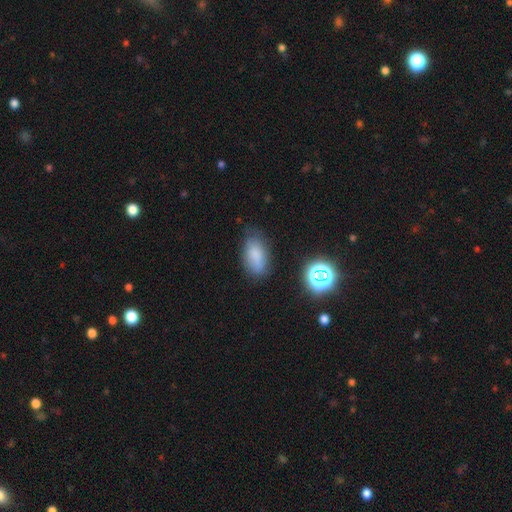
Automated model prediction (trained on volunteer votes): Overall: smooth (77%). How rounded: in between (89%). Merging: none (66%).